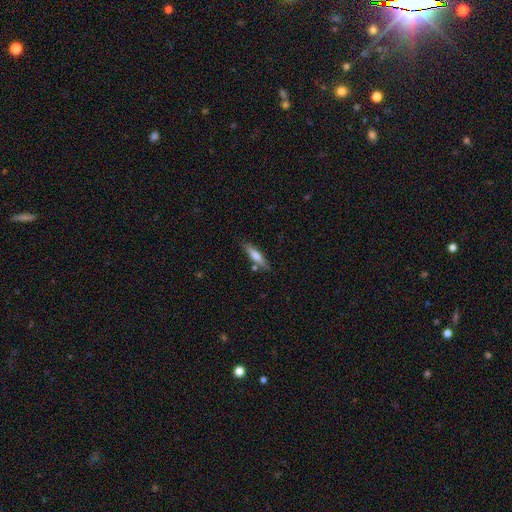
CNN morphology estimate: smooth-or-featured: smooth: 66% | featured or disk: 27% | star or artifact: 6%
  how-rounded: cigar-shaped: 76% | in between: 22% | round: 2%
  merging: none: 78% | minor disturbance: 13% | merger: 7% | major disturbance: 3%